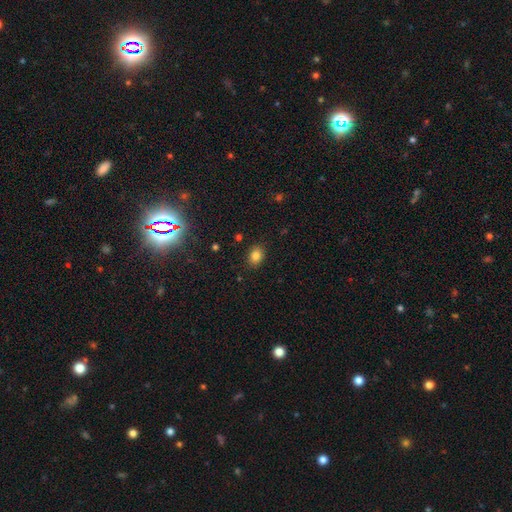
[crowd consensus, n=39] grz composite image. It shows a smooth galaxy with no disk features (92%) that is in between round and cigar-shaped (58%). Merging: none (94%).